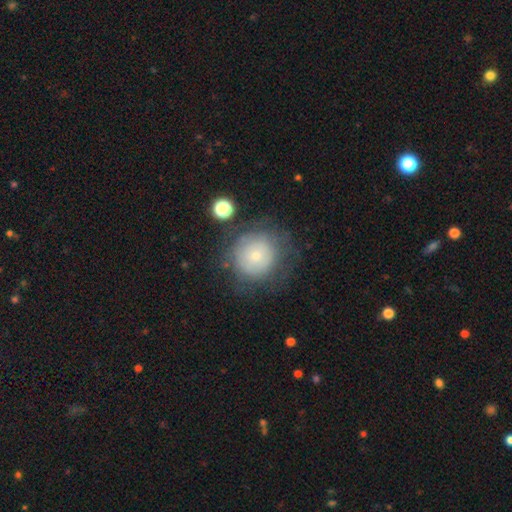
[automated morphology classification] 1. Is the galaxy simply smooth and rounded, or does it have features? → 62% smooth, 28% featured or disk, 10% star or artifact.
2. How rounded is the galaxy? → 90% round, 9% in between, 1% cigar-shaped.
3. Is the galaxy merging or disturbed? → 66% none, 19% minor disturbance, 12% major disturbance, 3% merger.